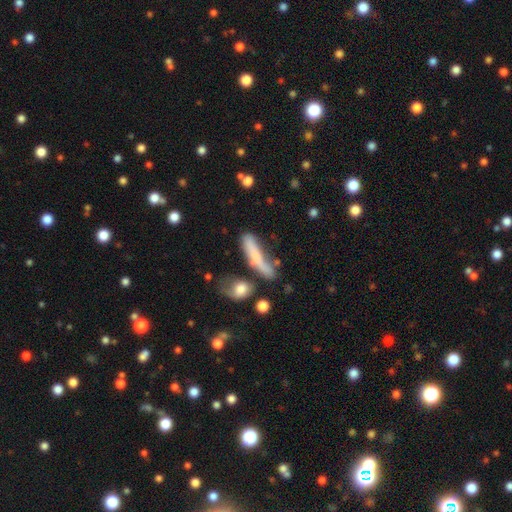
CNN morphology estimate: smooth-or-featured: smooth: 64% | featured or disk: 28% | star or artifact: 8%
  how-rounded: cigar-shaped: 79% | in between: 18% | round: 3%
  merging: none: 41% | minor disturbance: 25% | merger: 18% | major disturbance: 16%